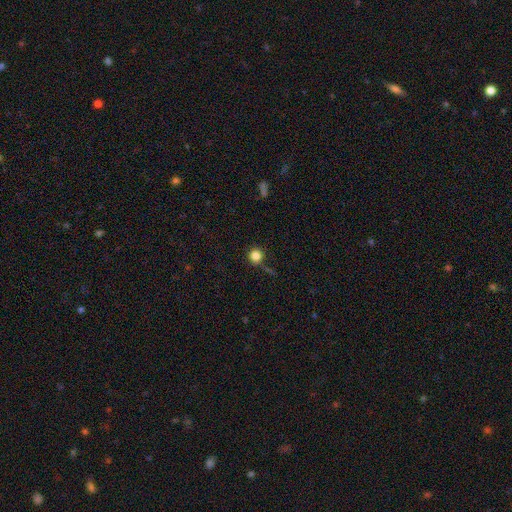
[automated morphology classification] Overall: smooth (83%). How rounded: round (94%). Merging: none (81%).